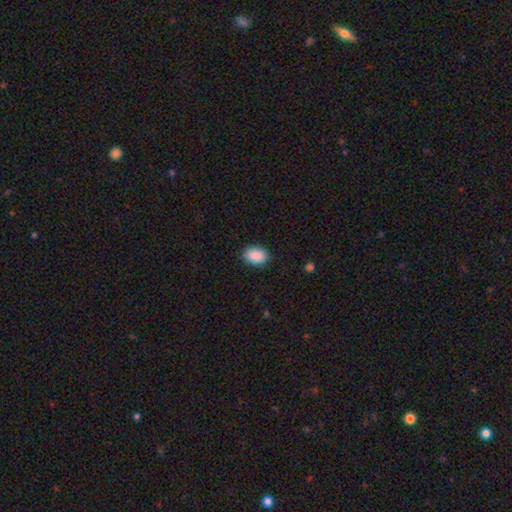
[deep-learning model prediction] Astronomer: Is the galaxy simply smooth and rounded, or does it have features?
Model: smooth — 91%.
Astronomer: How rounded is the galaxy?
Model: in between — 80%.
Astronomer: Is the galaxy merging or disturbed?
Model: none — 88%.